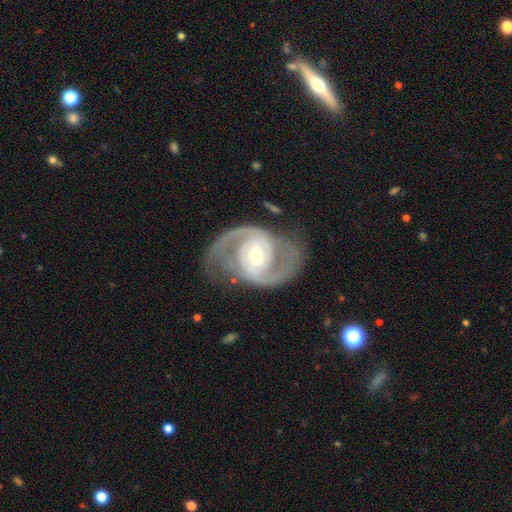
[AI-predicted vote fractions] This is clearly a featured or disk galaxy (91%). It is clearly not viewed edge-on (98%). Bar: marginally weak (39%). Spiral arm pattern: clearly yes (97%). Spiral arm count: clearly 2 (92%). Spiral winding: possibly medium (52%). Central bulge: possibly small (50%). Merging: likely none (73%).